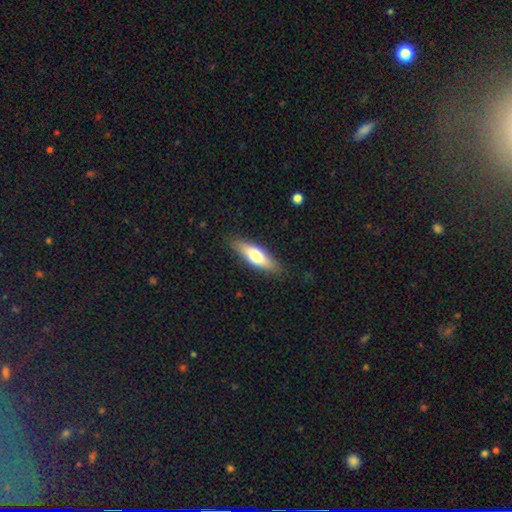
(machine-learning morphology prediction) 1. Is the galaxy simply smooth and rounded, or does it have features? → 63% smooth, 31% featured or disk, 6% star or artifact.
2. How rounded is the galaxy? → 50% cigar-shaped, 47% in between, 2% round.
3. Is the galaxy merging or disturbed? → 85% none, 11% minor disturbance, 2% major disturbance, 1% merger.